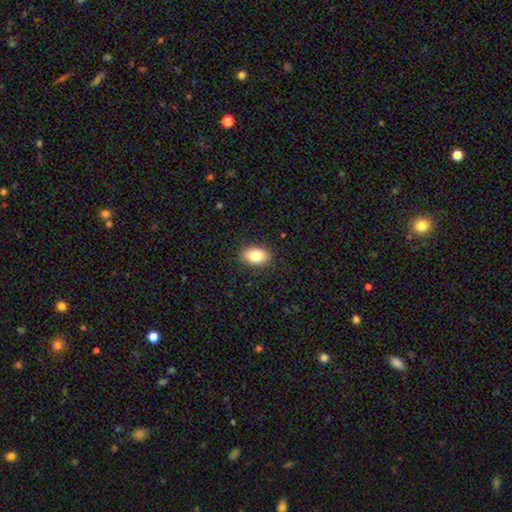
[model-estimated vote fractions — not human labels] A smooth galaxy with no disk features (82%) that is in between round and cigar-shaped (85%). Merging: none (88%).